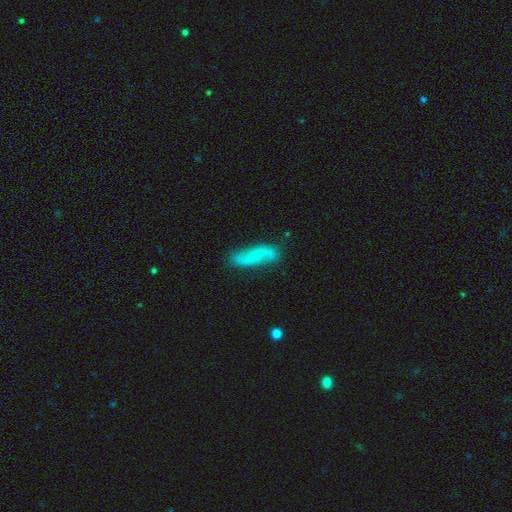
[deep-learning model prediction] Smooth or featured?
  - featured or disk: 71% *
  - smooth: 23%
  - star or artifact: 6%
Edge-on disk?
  - no: 86% *
  - yes: 14%
Bar?
  - no: 53% *
  - weak: 33%
  - strong: 14%
Spiral arms?
  - yes: 89% *
  - no: 11%
Spiral winding?
  - loose: 72% *
  - medium: 20%
  - tight: 8%
Spiral arm count?
  - 2: 91% *
  - can't tell: 5%
  - 1: 2%
  - 3: 1%
  - 4: 1%
  - more than 4: 1%
Bulge size?
  - small: 65% *
  - moderate: 29%
  - none: 3%
  - large: 1%
  - dominant: 1%
Merging?
  - none: 78% *
  - minor disturbance: 16%
  - major disturbance: 4%
  - merger: 2%